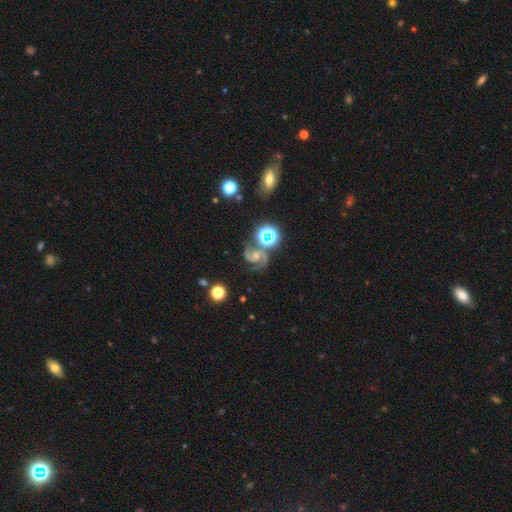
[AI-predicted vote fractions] A featured or disk galaxy (75%) with no bar (57%), 2 (86%) medium (58%) spiral arms (96%) and a moderate central bulge (48%). Merging: none (64%).